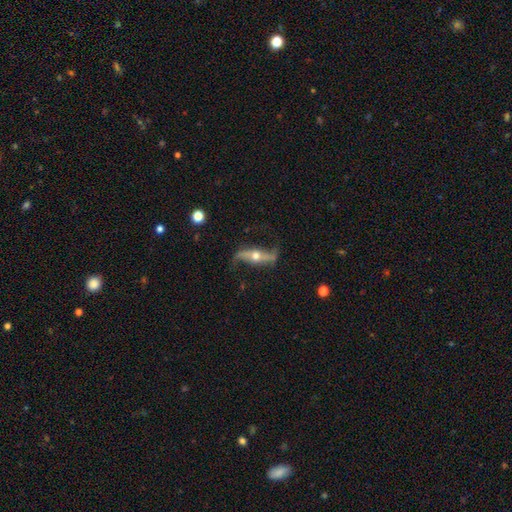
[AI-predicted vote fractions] Overall: featured or disk (85%). Edge-on disk: no (63%; yes 37%). Bar: no (45%; strong 34%). Spiral arms: yes (92%). Bulge size: moderate (69%). Merging: none (72%).